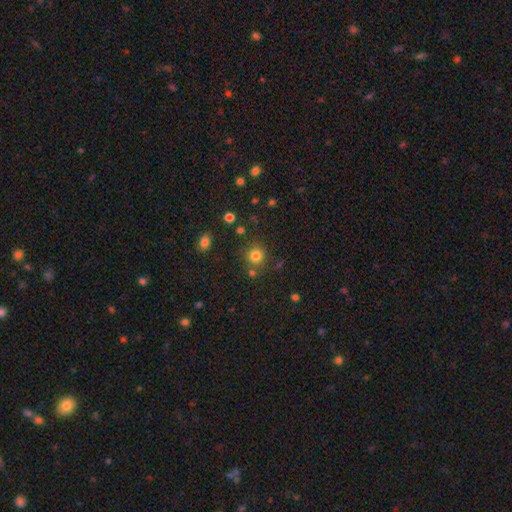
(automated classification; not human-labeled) This is likely a smooth galaxy (79%). How rounded: clearly round (89%). Merging: likely none (77%).